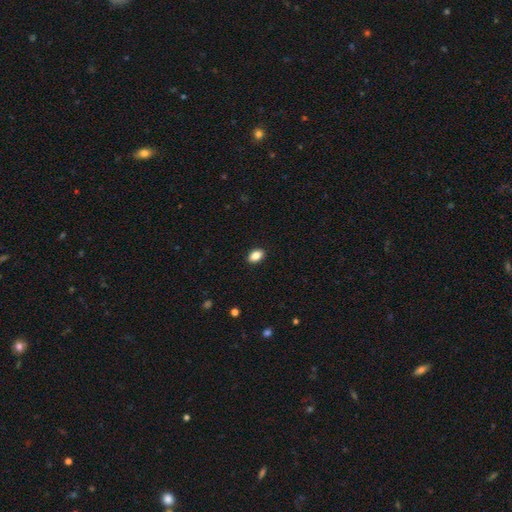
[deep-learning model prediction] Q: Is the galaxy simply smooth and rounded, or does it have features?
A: smooth — 87%.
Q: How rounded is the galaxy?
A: in between — 88%.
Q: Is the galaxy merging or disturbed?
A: none — 90%.